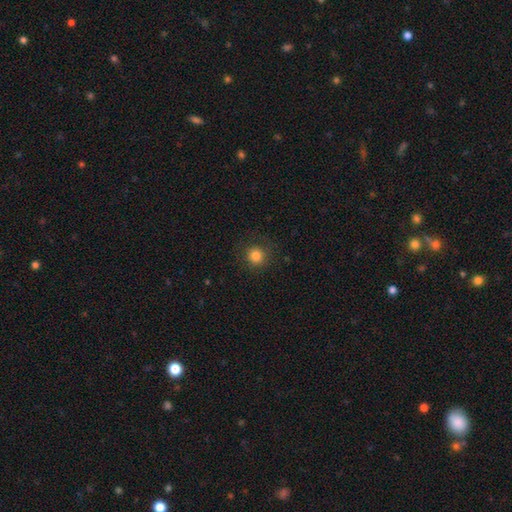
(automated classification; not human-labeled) smooth_or_featured: smooth (p=0.82) [alt: star or artifact p=0.12]
how_rounded: round (p=0.94) [alt: in between p=0.05]
merging: none (p=0.85) [alt: minor disturbance p=0.09]